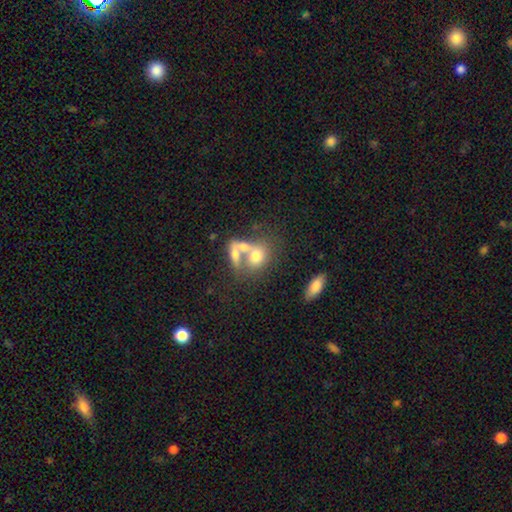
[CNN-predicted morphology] Q: Smooth or featured?
A: smooth (67%); runner-up: featured or disk (23%)
Q: How rounded?
A: in between (59%); runner-up: round (38%)
Q: Merging?
A: merger (56%); runner-up: none (27%)